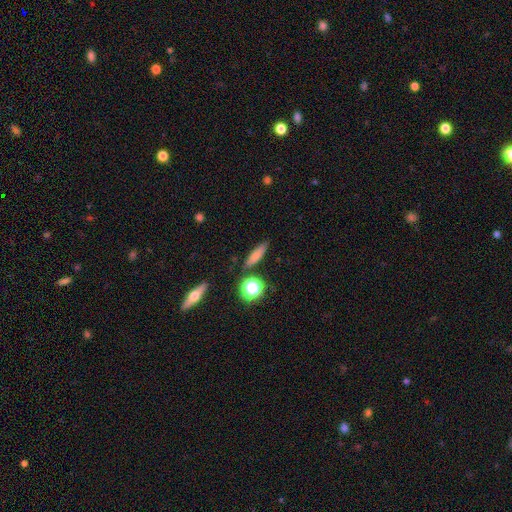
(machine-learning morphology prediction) This appears to be a smooth galaxy with no disk features (69%) that is cigar-shaped (60%). Merging: none (82%).